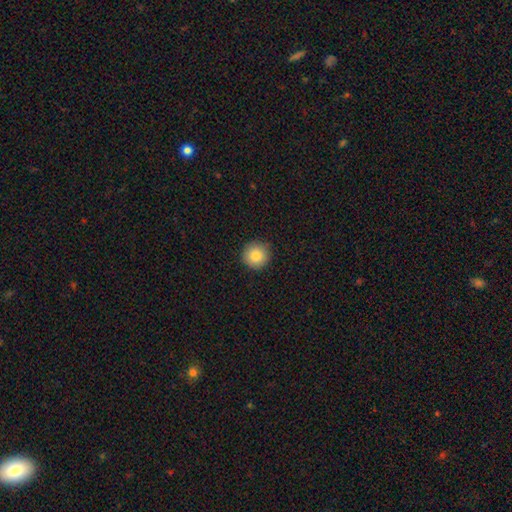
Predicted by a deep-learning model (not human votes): Overall: smooth (84%). How rounded: round (96%). Merging: none (92%).